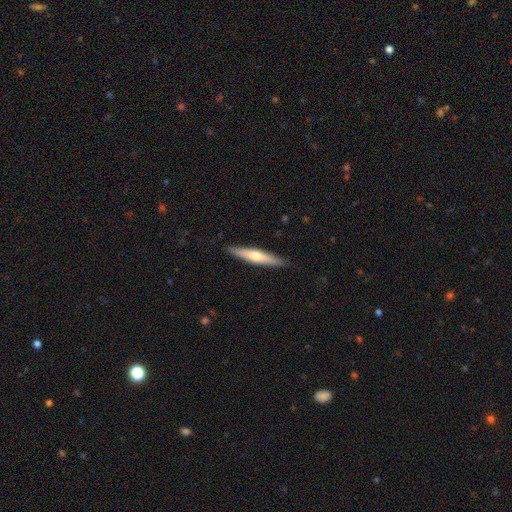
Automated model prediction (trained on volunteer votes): Morphology: type=featured or disk (48%); merging=none (89%).